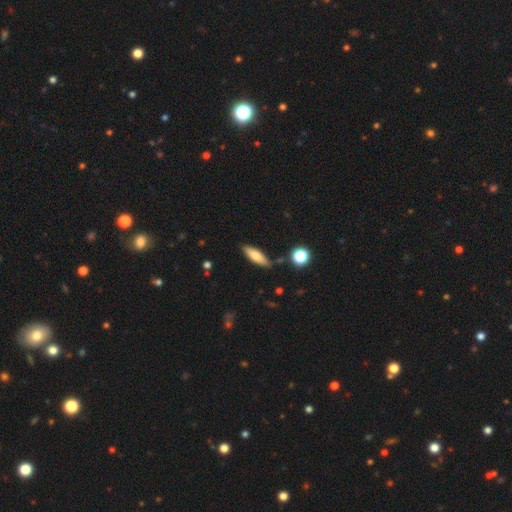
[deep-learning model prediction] Smooth or featured? smooth (68%)
How rounded? cigar-shaped (54%)
Merging? none (79%)